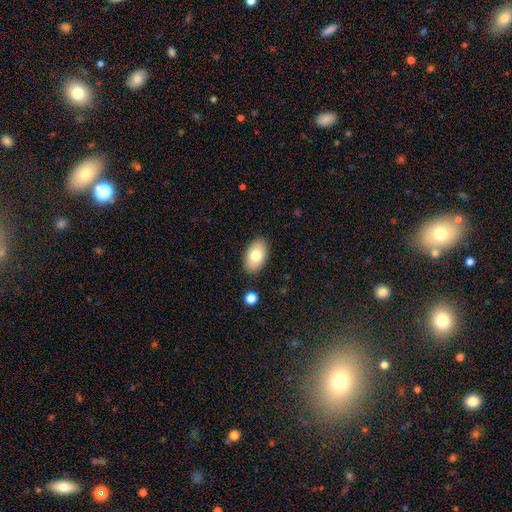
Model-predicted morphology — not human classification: Smooth or featured? smooth (77%)
How rounded? in between (94%)
Merging? none (88%)